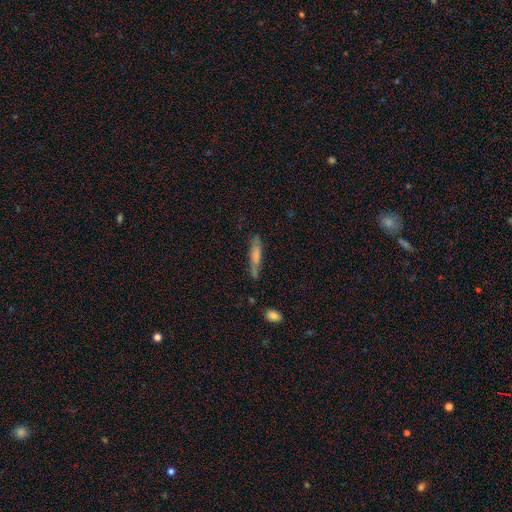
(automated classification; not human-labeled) Q: Smooth or featured?
A: smooth (62%); runner-up: featured or disk (30%)
Q: How rounded?
A: cigar-shaped (86%); runner-up: in between (12%)
Q: Merging?
A: none (68%); runner-up: minor disturbance (22%)